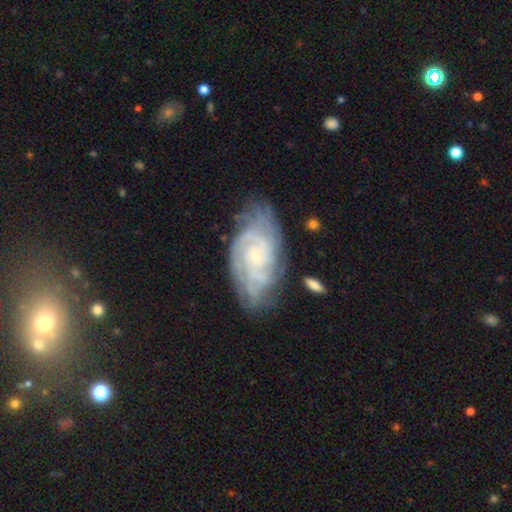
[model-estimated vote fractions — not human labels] This is clearly a featured or disk galaxy (84%). It is clearly not viewed edge-on (96%). Bar: likely no (70%). Spiral arm pattern: clearly yes (96%). Spiral arm count: marginally can't tell (34%). Spiral winding: likely tight (70%). Central bulge: likely small (71%). Merging: likely none (69%).